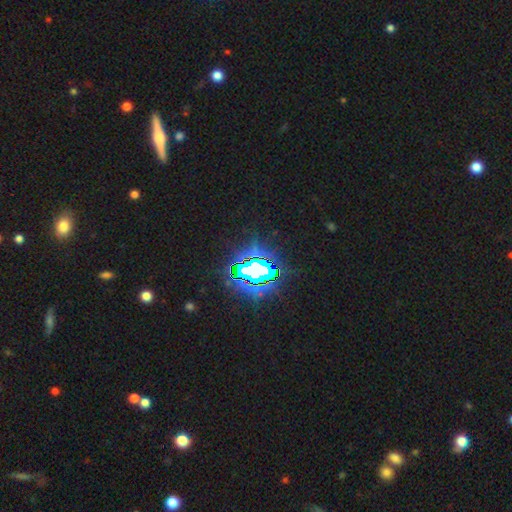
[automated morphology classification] The model was most divided on "smooth or featured": star or artifact: 78%, smooth: 12%, featured or disk: 10%.